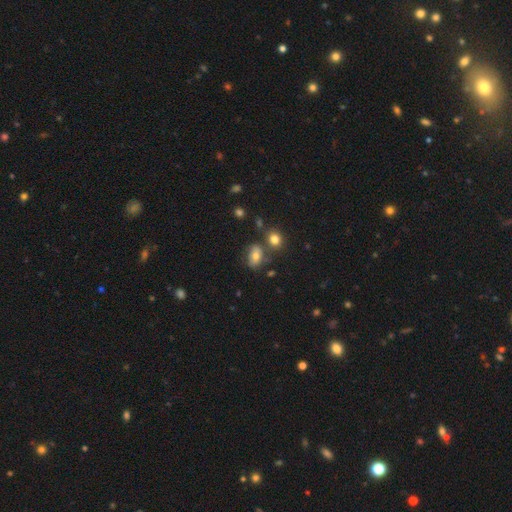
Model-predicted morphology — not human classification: This appears to be a smooth galaxy with no disk features (69%) that is in between round and cigar-shaped (77%). Merging: none (62%).